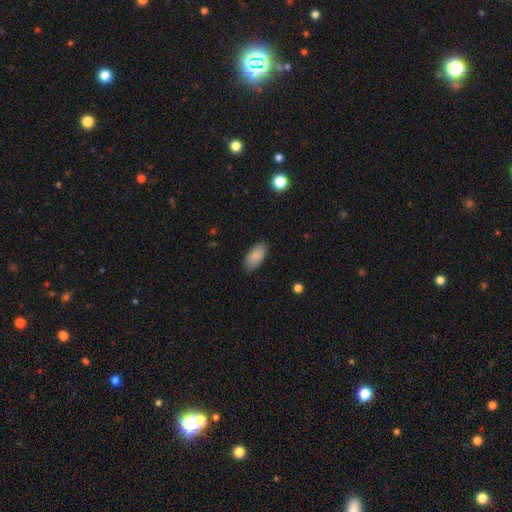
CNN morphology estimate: Smooth or featured?
  - smooth: 86% *
  - featured or disk: 7%
  - star or artifact: 7%
How rounded?
  - in between: 94% *
  - cigar-shaped: 4%
  - round: 2%
Merging?
  - none: 85% *
  - minor disturbance: 12%
  - major disturbance: 2%
  - merger: 1%